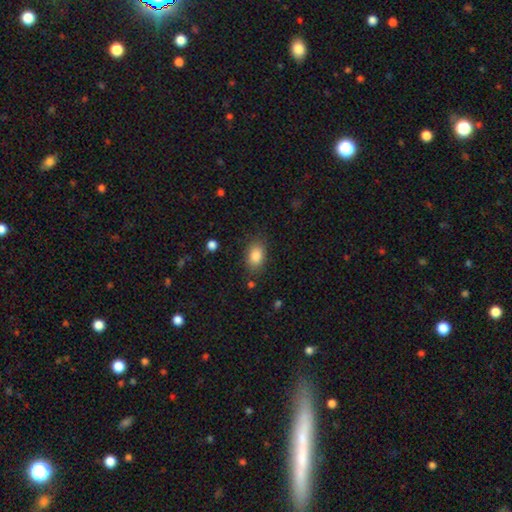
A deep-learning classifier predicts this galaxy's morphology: A smooth galaxy with no disk features (84%) that is in between round and cigar-shaped (85%).

Vote fractions:
- Smooth or featured? smooth: 84% / star or artifact: 8% / featured or disk: 8%
- How rounded? in between: 85% / round: 14% / cigar-shaped: 2%
- Merging? none: 81% / minor disturbance: 13% / major disturbance: 4% / merger: 2%